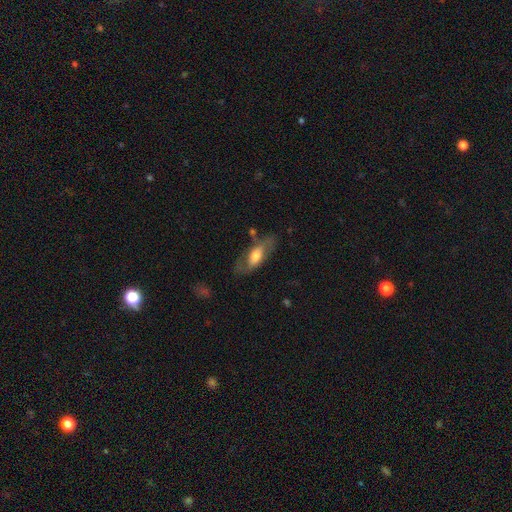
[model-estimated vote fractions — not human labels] The model was most divided on "smooth or featured": featured or disk: 49%, smooth: 45%, star or artifact: 6%. More confident: merging — none (64%).